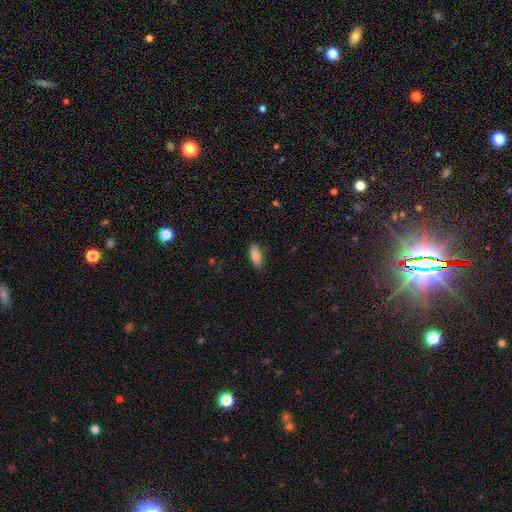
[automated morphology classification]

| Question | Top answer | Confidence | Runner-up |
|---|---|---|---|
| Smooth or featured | smooth | 80% | featured or disk (13%) |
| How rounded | in between | 80% | cigar-shaped (18%) |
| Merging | none | 85% | minor disturbance (11%) |